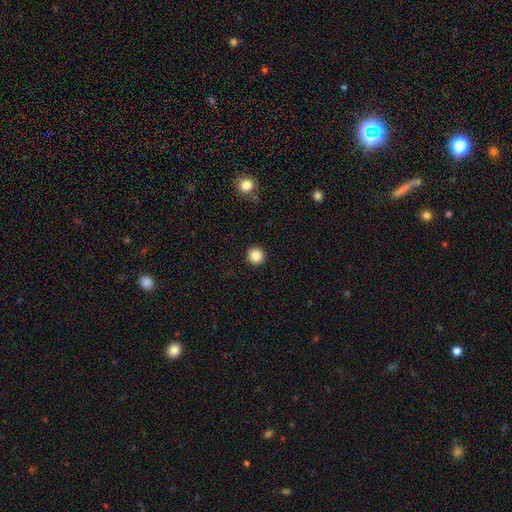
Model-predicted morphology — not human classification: This is clearly a smooth galaxy (86%). How rounded: clearly round (96%). Merging: clearly none (93%).